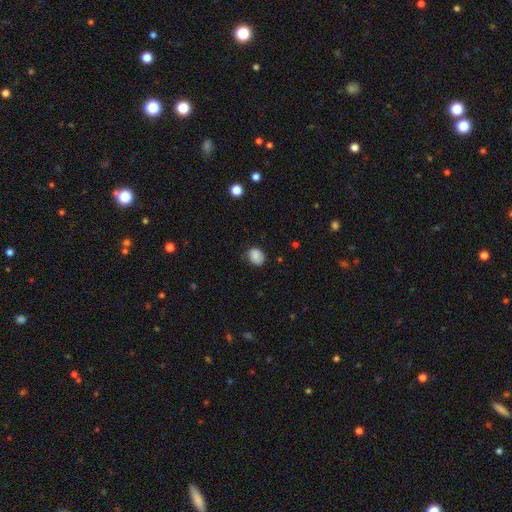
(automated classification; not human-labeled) Smooth or featured? smooth (85%)
How rounded? round (50%)
Merging? none (73%)